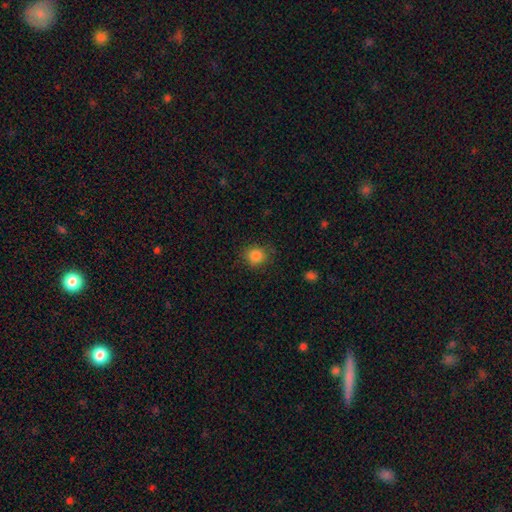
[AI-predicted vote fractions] Smooth or featured: smooth — 85% (star or artifact — 11%)
How rounded: round — 84% (in between — 15%)
Merging: none — 84% (minor disturbance — 12%)